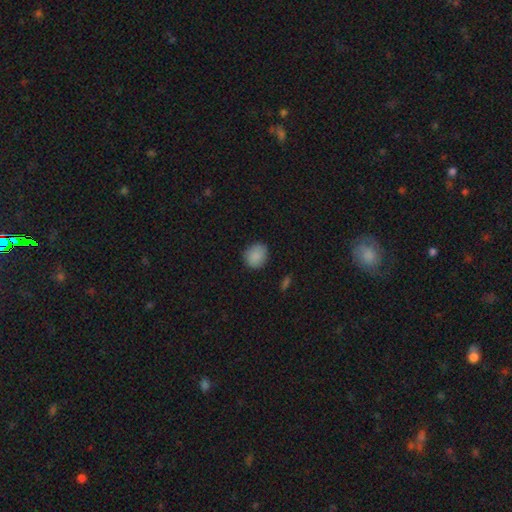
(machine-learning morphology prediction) A smooth galaxy with no disk features (88%) that is round (69%).

Vote fractions:
- Smooth or featured? smooth: 88% / star or artifact: 8% / featured or disk: 4%
- How rounded? round: 69% / in between: 30% / cigar-shaped: 1%
- Merging? none: 84% / minor disturbance: 12% / major disturbance: 3% / merger: 1%